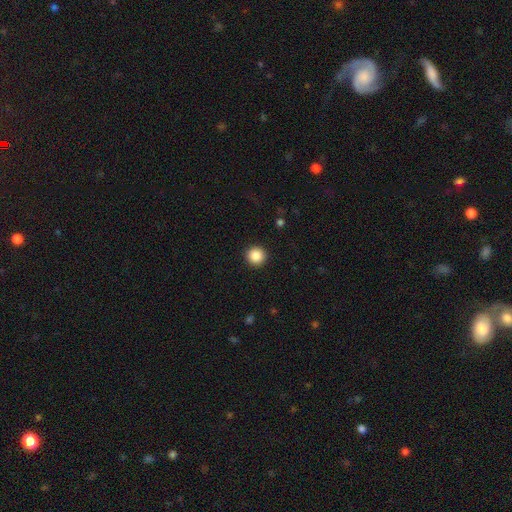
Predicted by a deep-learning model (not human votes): The model was most divided on "smooth or featured": smooth: 87%, star or artifact: 10%, featured or disk: 4%. More confident: how rounded — round (96%); merging — none (93%).